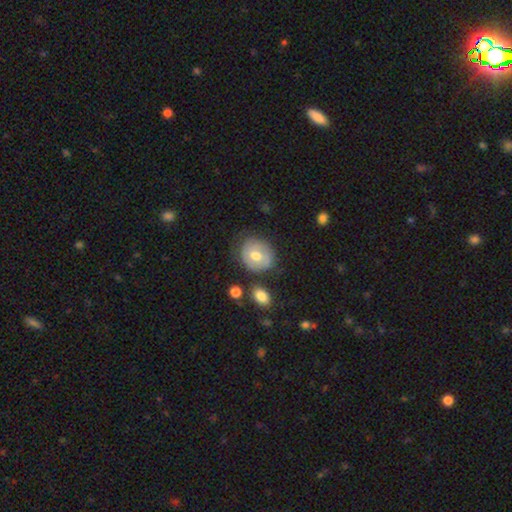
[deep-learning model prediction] Smooth or featured? smooth (54%)
How rounded? round (71%)
Merging? none (66%)